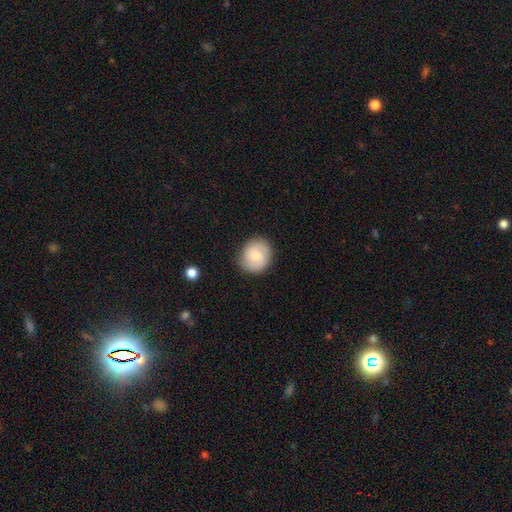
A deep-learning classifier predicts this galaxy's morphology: smooth-or-featured: smooth: 57% | featured or disk: 36% | star or artifact: 7%
  how-rounded: round: 80% | in between: 19% | cigar-shaped: 1%
  merging: none: 85% | minor disturbance: 11% | major disturbance: 3% | merger: 1%